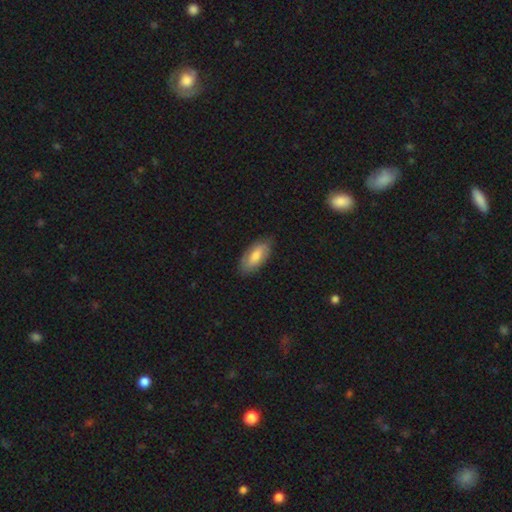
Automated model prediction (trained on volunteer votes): The model was most divided on "smooth or featured": smooth: 68%, featured or disk: 26%, star or artifact: 6%. More confident: how rounded — in between (88%); merging — none (82%).